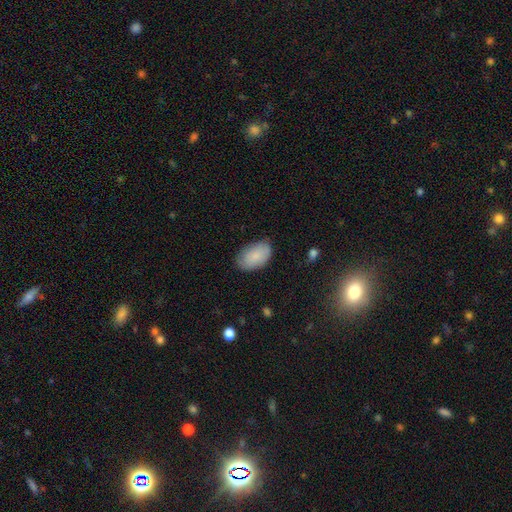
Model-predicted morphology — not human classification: Smooth or featured? Predicted: smooth (p=0.85). How rounded? Predicted: in between (p=0.94). Merging? Predicted: none (p=0.78).